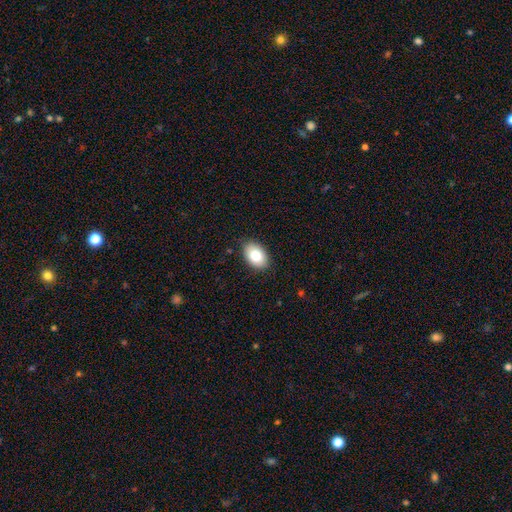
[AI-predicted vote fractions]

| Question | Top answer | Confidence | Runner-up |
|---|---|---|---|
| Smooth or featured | smooth | 80% | featured or disk (13%) |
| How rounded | in between | 88% | round (11%) |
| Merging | none | 86% | minor disturbance (11%) |